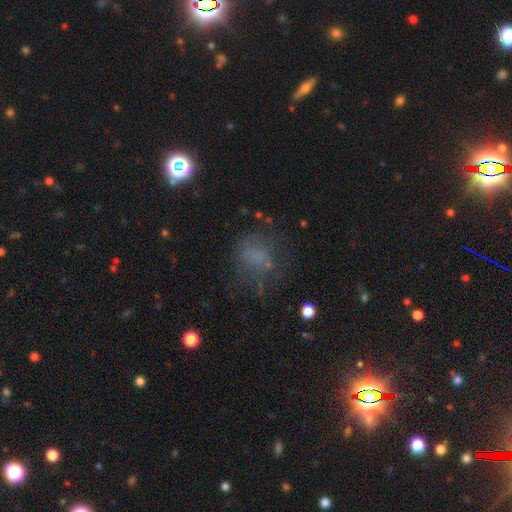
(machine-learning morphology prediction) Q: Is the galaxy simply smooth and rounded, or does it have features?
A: smooth — 51%.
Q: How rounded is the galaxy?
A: round — 66%.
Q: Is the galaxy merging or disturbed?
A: none — 55%.